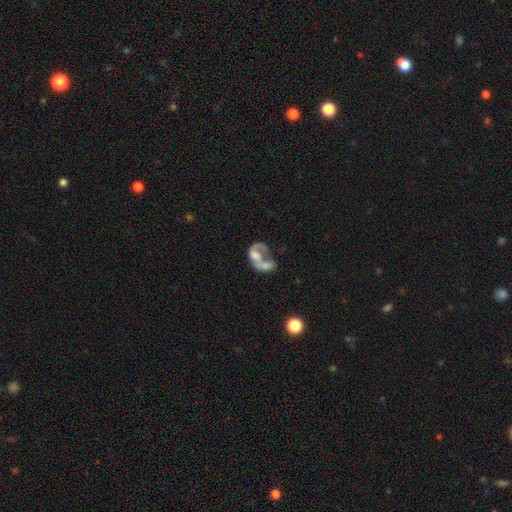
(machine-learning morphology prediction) smooth_or_featured: featured or disk (p=0.52) [alt: smooth p=0.39]
disk_edge_on: no (p=0.98) [alt: yes p=0.02]
bar: no (p=0.83) [alt: weak p=0.13]
has_spiral_arms: no (p=0.68) [alt: yes p=0.32]
bulge_size: none (p=0.40) [alt: moderate p=0.25]
merging: merger (p=0.62) [alt: major disturbance p=0.19]